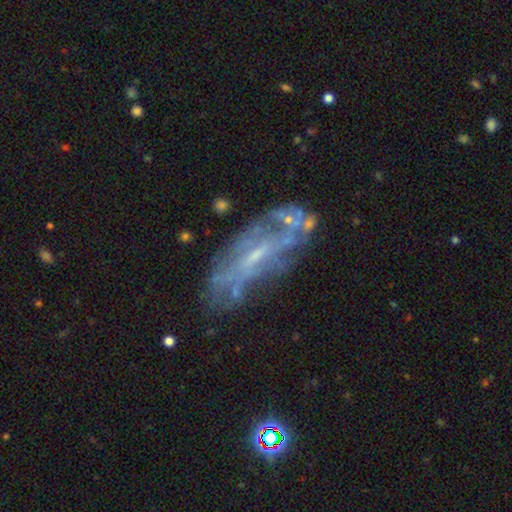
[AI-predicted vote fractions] Overall: featured or disk (73%). Edge-on disk: no (81%). Bar: no (46%; weak 39%). Spiral arms: yes (53%; no 47%). Bulge size: small (63%). Merging: none (60%; minor disturbance 21%).